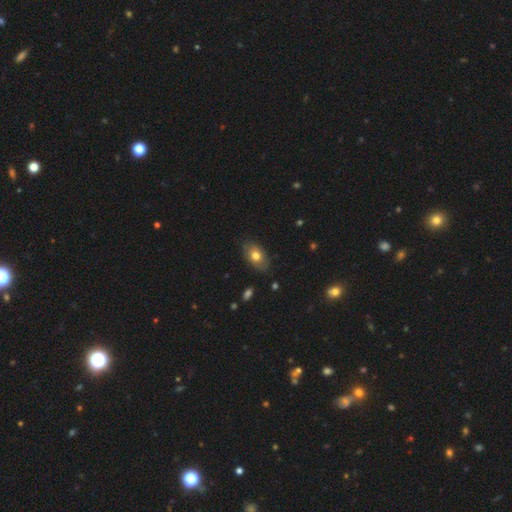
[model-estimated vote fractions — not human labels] Morphology: type=smooth (67%); roundness=in between (88%); merging=none (78%).